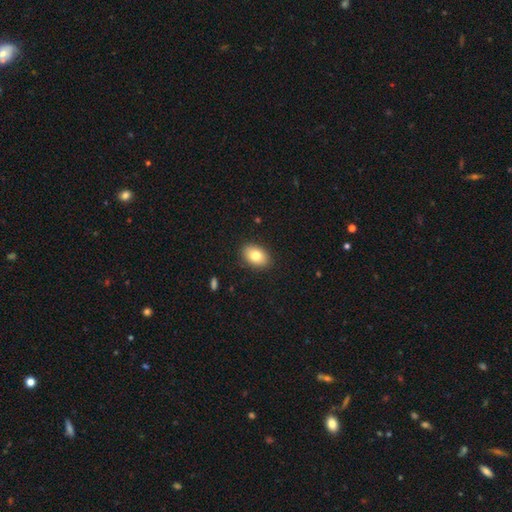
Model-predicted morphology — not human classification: Smooth or featured: smooth — 80% (featured or disk — 12%)
How rounded: in between — 82% (round — 17%)
Merging: none — 88% (minor disturbance — 8%)